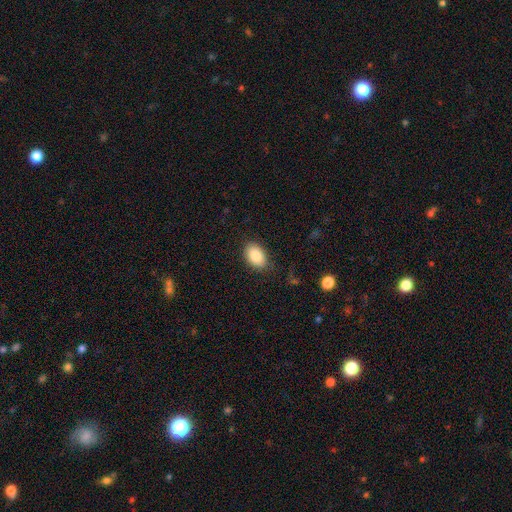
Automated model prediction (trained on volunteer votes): smooth-or-featured: smooth: 87% | star or artifact: 7% | featured or disk: 6%
  how-rounded: in between: 90% | round: 8% | cigar-shaped: 1%
  merging: none: 84% | minor disturbance: 12% | major disturbance: 3% | merger: 1%